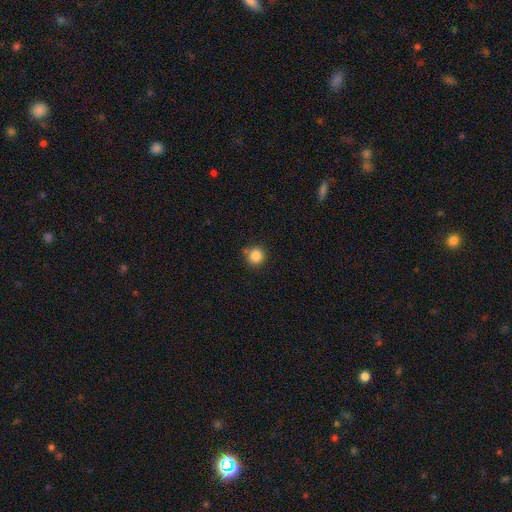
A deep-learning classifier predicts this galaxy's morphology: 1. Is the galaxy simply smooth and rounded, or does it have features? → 85% smooth, 11% star or artifact, 4% featured or disk.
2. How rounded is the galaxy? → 93% round, 6% in between, 1% cigar-shaped.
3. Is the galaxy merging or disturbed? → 79% none, 12% minor disturbance, 6% merger, 3% major disturbance.